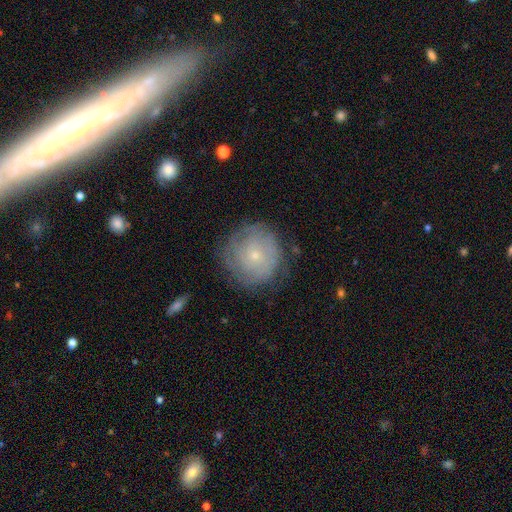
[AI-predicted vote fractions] featured or disk 51%, smooth 40%, star or artifact 9%. Down the decision tree: edge-on disk — no (97%); merging — none (75%).